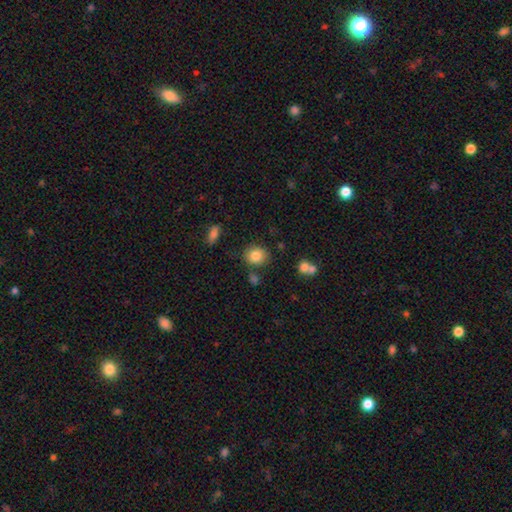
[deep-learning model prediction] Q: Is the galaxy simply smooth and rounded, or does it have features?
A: smooth — 83%.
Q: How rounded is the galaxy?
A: round — 74%.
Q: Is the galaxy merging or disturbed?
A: none — 80%.